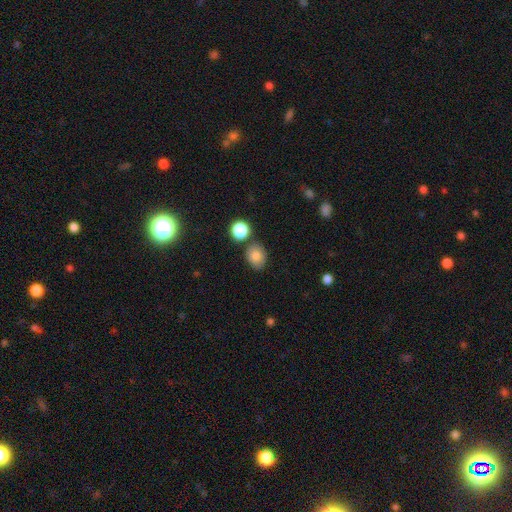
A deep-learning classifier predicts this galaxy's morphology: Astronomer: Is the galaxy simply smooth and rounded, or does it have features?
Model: smooth — 81%.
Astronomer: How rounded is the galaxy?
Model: in between — 54% (runner-up: round, 45%).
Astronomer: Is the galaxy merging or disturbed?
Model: none — 74%.